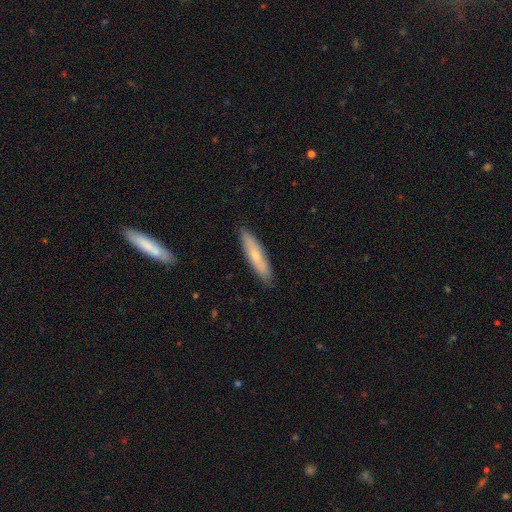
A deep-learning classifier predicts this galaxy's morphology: smooth 58%, featured or disk 36%, star or artifact 6%. Down the decision tree: how rounded — cigar-shaped (79%); merging — none (86%).